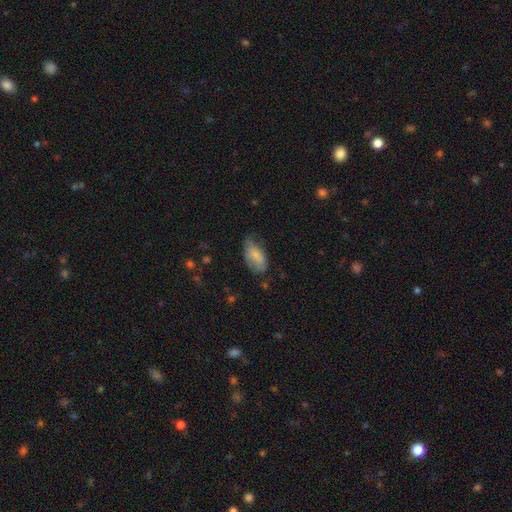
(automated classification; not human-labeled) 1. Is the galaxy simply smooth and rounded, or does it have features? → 78% smooth, 15% featured or disk, 7% star or artifact.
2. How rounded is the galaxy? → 93% in between, 4% cigar-shaped, 3% round.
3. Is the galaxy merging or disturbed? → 50% none, 37% minor disturbance, 11% major disturbance, 2% merger.